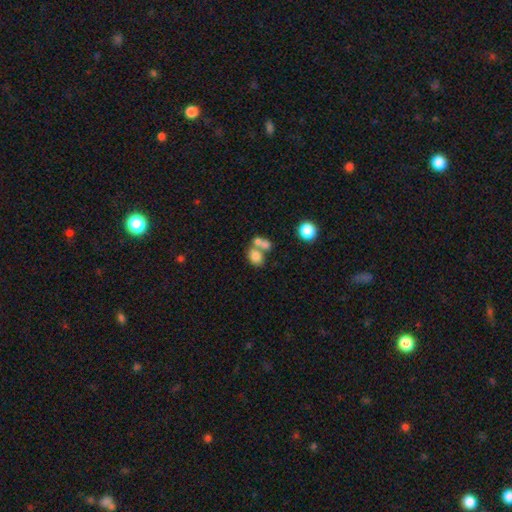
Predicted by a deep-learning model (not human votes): smooth_or_featured: smooth (p=0.75) [alt: featured or disk p=0.14]
how_rounded: in between (p=0.63) [alt: round p=0.36]
merging: merger (p=0.54) [alt: none p=0.32]